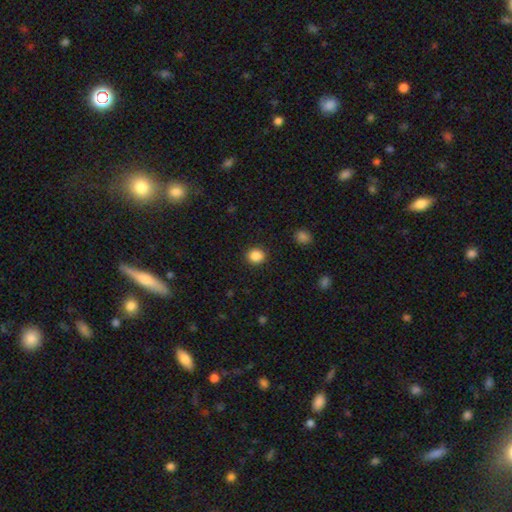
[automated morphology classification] Smooth or featured?
  - smooth: 87% *
  - star or artifact: 10%
  - featured or disk: 3%
How rounded?
  - round: 82% *
  - in between: 17%
  - cigar-shaped: 1%
Merging?
  - none: 91% *
  - minor disturbance: 6%
  - major disturbance: 2%
  - merger: 1%